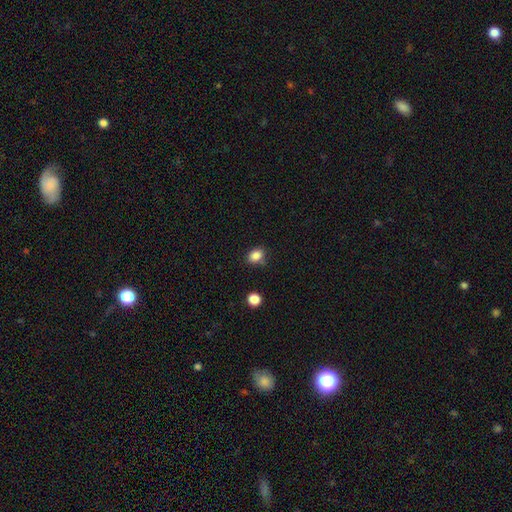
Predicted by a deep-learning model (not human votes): smooth 85%, star or artifact 11%, featured or disk 4%. Down the decision tree: how rounded — in between (61%); merging — none (77%).